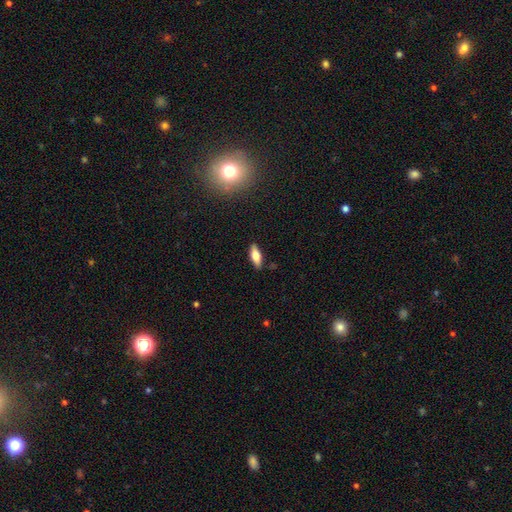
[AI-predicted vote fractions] Morphology: type=smooth (68%); roundness=in between (68%); merging=none (87%).